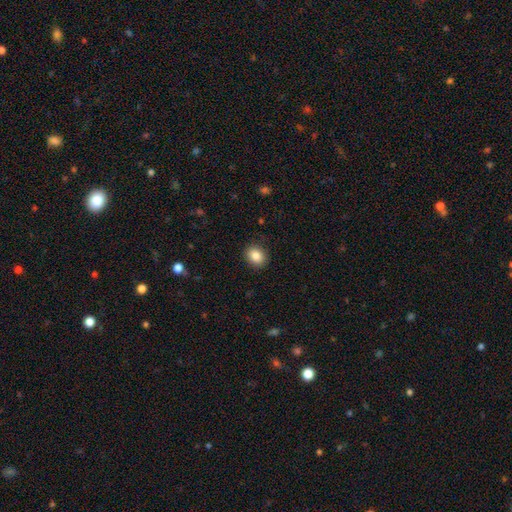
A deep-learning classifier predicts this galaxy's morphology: Smooth or featured: smooth — 85% (star or artifact — 9%)
How rounded: round — 56% (in between — 43%)
Merging: none — 89% (minor disturbance — 7%)